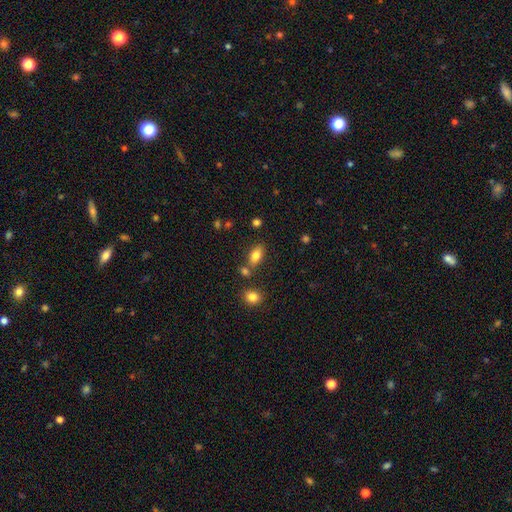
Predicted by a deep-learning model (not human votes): A smooth galaxy with no disk features (79%) that is in between round and cigar-shaped (87%).

Vote fractions:
- Smooth or featured? smooth: 79% / featured or disk: 12% / star or artifact: 9%
- How rounded? in between: 87% / cigar-shaped: 7% / round: 6%
- Merging? none: 72% / merger: 12% / minor disturbance: 12% / major disturbance: 3%